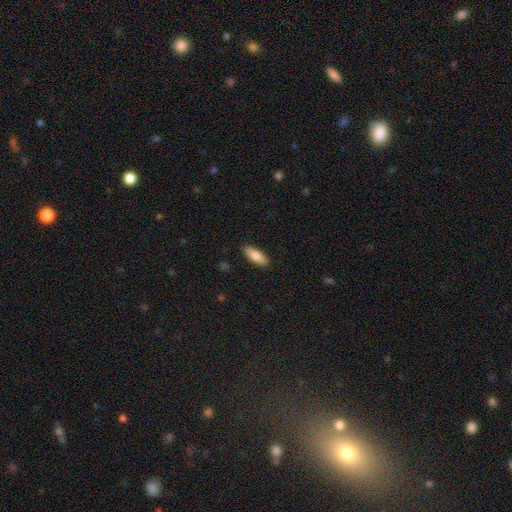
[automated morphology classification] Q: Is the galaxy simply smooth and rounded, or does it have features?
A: smooth — 84%.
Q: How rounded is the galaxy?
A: in between — 72%.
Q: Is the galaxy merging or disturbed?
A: none — 89%.